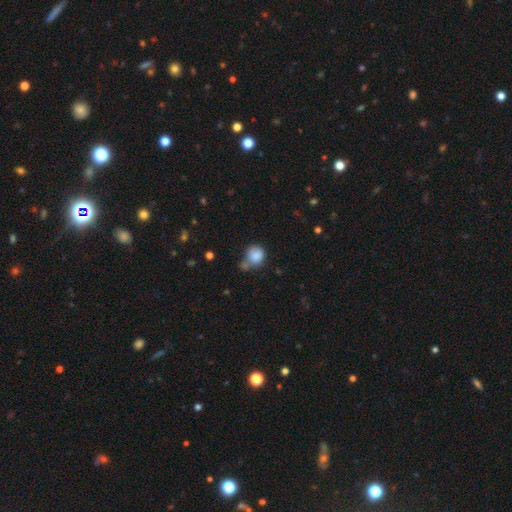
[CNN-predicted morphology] smooth-or-featured: smooth: 84% | star or artifact: 9% | featured or disk: 7%
  how-rounded: round: 78% | in between: 21% | cigar-shaped: 1%
  merging: none: 44% | minor disturbance: 24% | merger: 22% | major disturbance: 10%